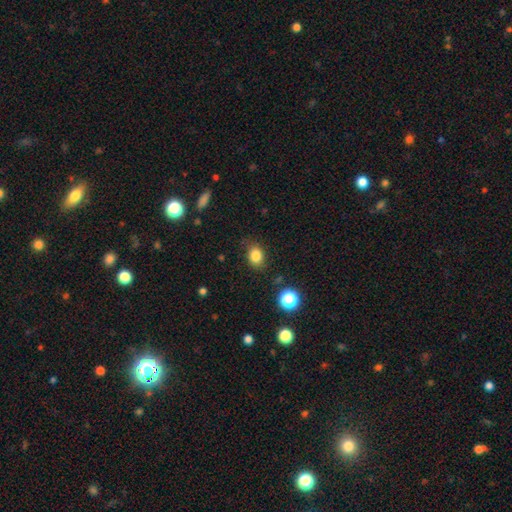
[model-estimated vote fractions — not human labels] Q: Smooth or featured?
A: smooth (83%); runner-up: star or artifact (12%)
Q: How rounded?
A: in between (58%); runner-up: round (41%)
Q: Merging?
A: none (79%); runner-up: minor disturbance (15%)